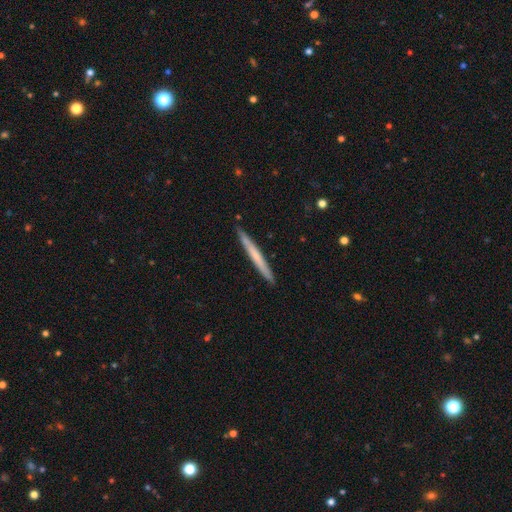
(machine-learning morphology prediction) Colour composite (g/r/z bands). It shows a smooth galaxy with no disk features (55%) that is cigar-shaped (97%). Merging: none (91%).